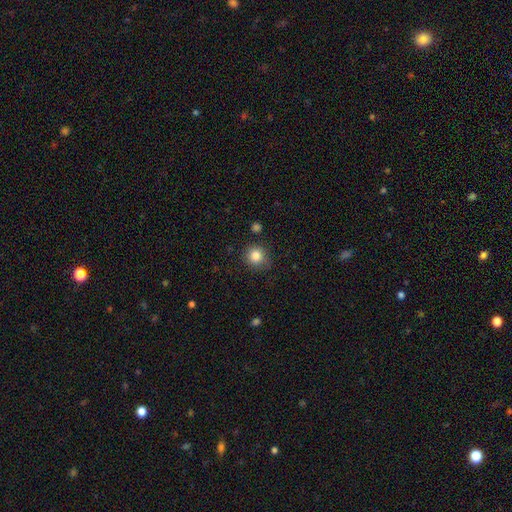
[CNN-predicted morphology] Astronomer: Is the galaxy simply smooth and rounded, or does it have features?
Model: smooth — 83%.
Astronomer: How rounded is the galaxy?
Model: round — 90%.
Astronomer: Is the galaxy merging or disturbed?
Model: none — 82%.